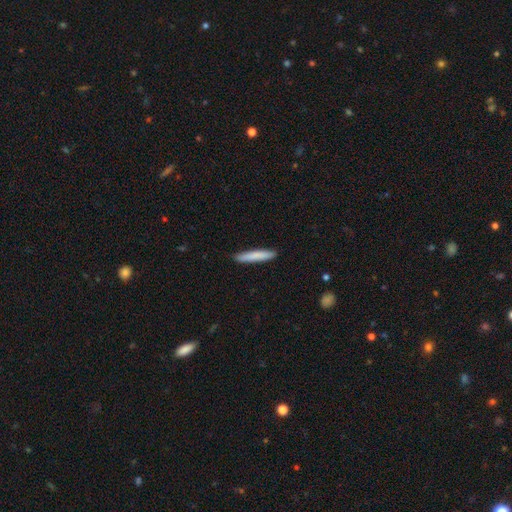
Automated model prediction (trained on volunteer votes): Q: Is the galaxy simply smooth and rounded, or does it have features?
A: smooth — 80%.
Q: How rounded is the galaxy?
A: cigar-shaped — 94%.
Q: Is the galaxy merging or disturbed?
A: none — 90%.